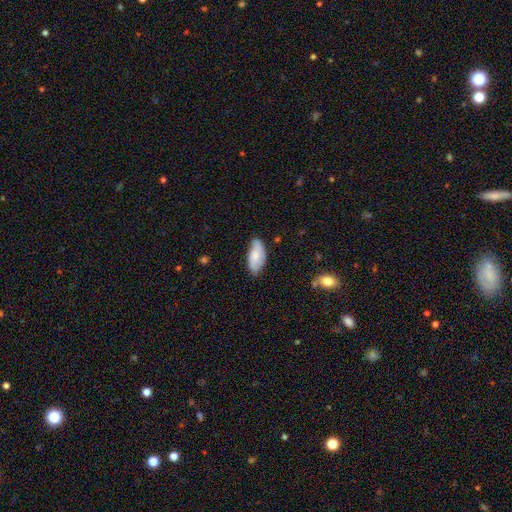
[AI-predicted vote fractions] smooth-or-featured: smooth: 69% | featured or disk: 25% | star or artifact: 6%
  how-rounded: in between: 89% | cigar-shaped: 8% | round: 2%
  merging: none: 71% | minor disturbance: 23% | major disturbance: 4% | merger: 2%